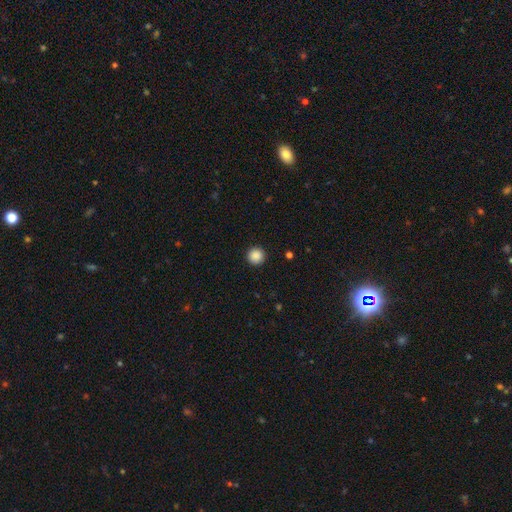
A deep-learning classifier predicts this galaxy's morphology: smooth_or_featured: smooth (p=0.88) [alt: star or artifact p=0.09]
how_rounded: round (p=0.96) [alt: in between p=0.03]
merging: none (p=0.93) [alt: minor disturbance p=0.04]